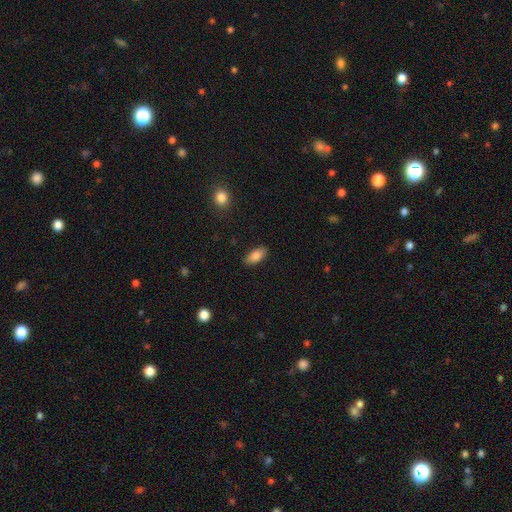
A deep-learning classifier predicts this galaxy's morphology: Q: Smooth or featured?
A: smooth (85%); runner-up: featured or disk (7%)
Q: How rounded?
A: in between (90%); runner-up: cigar-shaped (7%)
Q: Merging?
A: none (86%); runner-up: minor disturbance (11%)